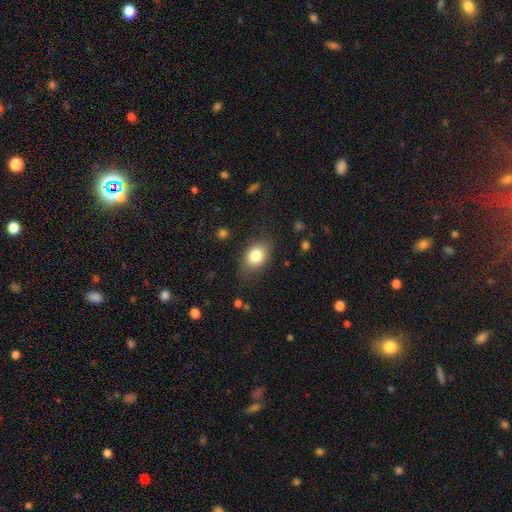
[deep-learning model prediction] Overall: smooth (80%). How rounded: in between (74%). Merging: none (76%).